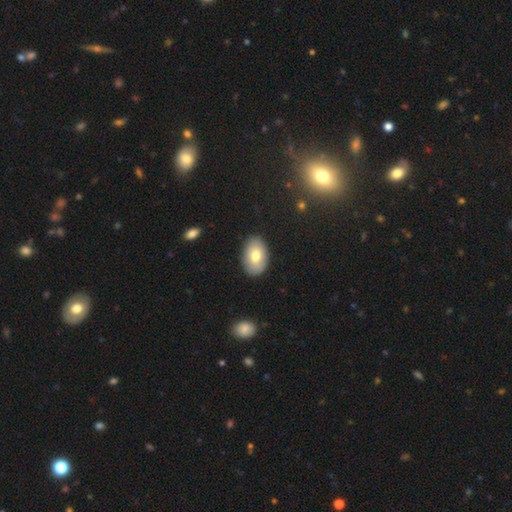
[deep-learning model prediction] Smooth or featured? Predicted: smooth (p=0.76). How rounded? Predicted: in between (p=0.89). Merging? Predicted: none (p=0.87).